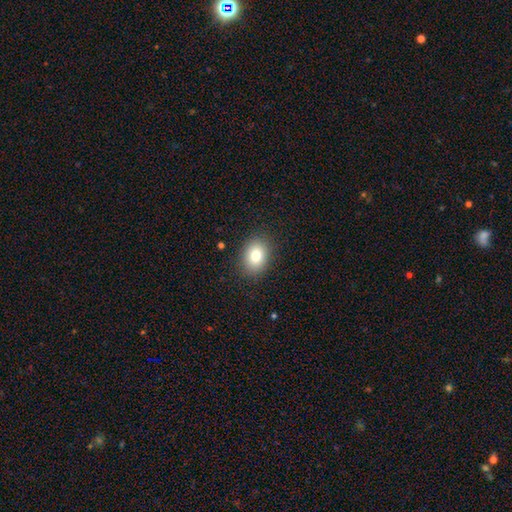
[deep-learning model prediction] Smooth or featured: smooth — 81% (star or artifact — 10%)
How rounded: in between — 66% (round — 34%)
Merging: none — 87% (minor disturbance — 9%)